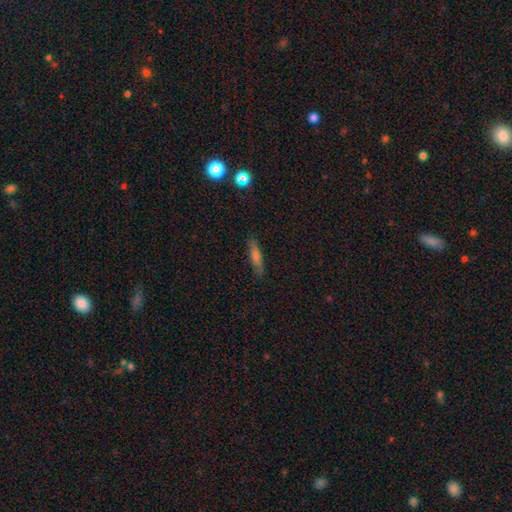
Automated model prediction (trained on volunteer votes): The model was most divided on "smooth or featured": smooth: 56%, featured or disk: 34%, star or artifact: 10%. More confident: merging — none (86%); how rounded — cigar-shaped (83%).